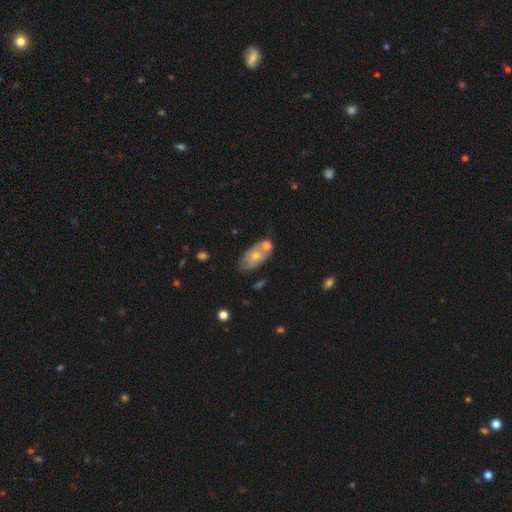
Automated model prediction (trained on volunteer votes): Smooth or featured?
  - smooth: 63% *
  - featured or disk: 30%
  - star or artifact: 7%
How rounded?
  - in between: 89% *
  - round: 6%
  - cigar-shaped: 4%
Merging?
  - none: 49% *
  - merger: 27%
  - minor disturbance: 19%
  - major disturbance: 5%